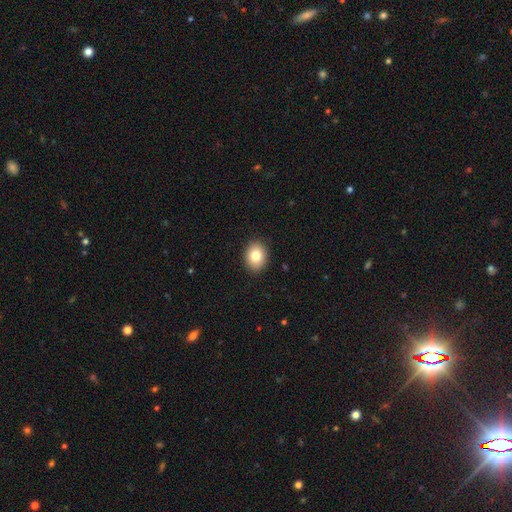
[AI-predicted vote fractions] Smooth or featured? Predicted: smooth (p=0.81). How rounded? Predicted: in between (p=0.60). Merging? Predicted: none (p=0.90).